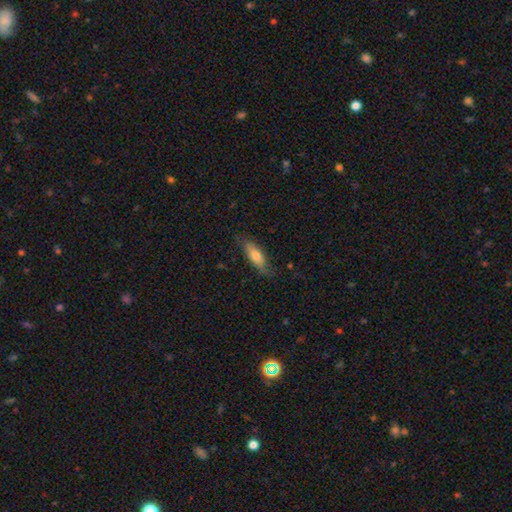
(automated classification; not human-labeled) Q: Smooth or featured?
A: smooth (71%); runner-up: featured or disk (23%)
Q: How rounded?
A: in between (58%); runner-up: cigar-shaped (40%)
Q: Merging?
A: none (75%); runner-up: minor disturbance (20%)